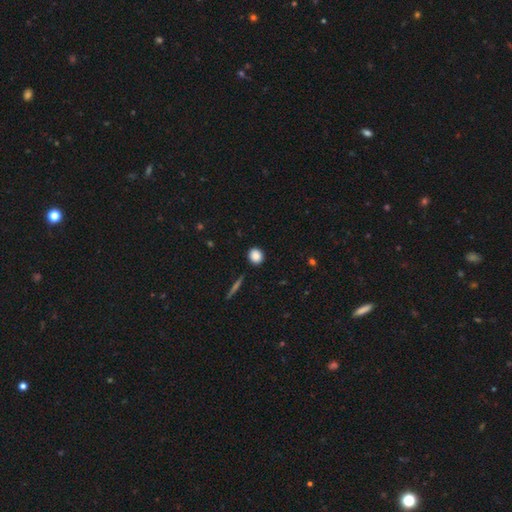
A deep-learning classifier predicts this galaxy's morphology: Smooth or featured? smooth (87%)
How rounded? round (80%)
Merging? none (91%)